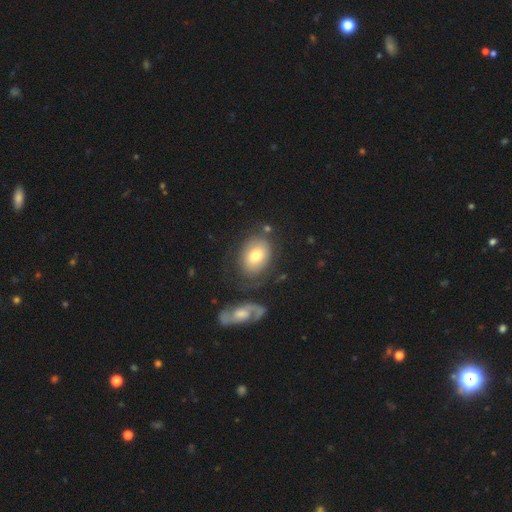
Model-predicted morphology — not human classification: Smooth or featured: smooth — 65% (featured or disk — 27%)
How rounded: in between — 71% (round — 28%)
Merging: none — 68% (minor disturbance — 16%)